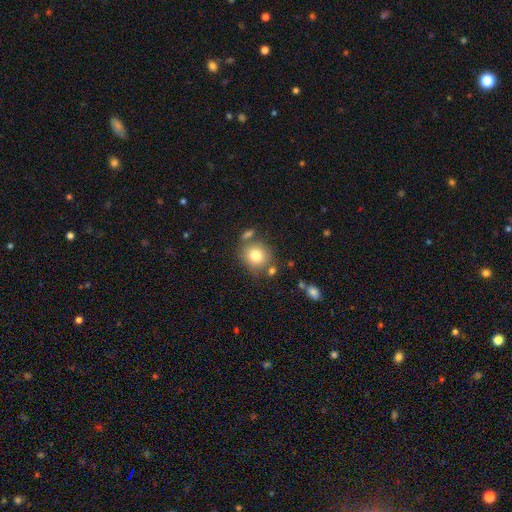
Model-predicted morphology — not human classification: smooth-or-featured: smooth: 79% | featured or disk: 11% | star or artifact: 10%
  how-rounded: round: 84% | in between: 15% | cigar-shaped: 1%
  merging: none: 70% | merger: 13% | minor disturbance: 12% | major disturbance: 4%